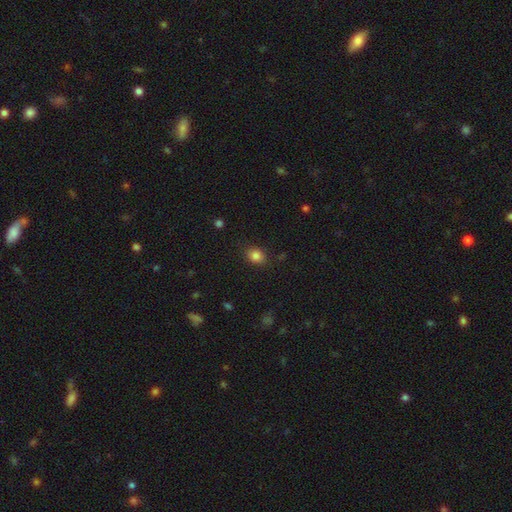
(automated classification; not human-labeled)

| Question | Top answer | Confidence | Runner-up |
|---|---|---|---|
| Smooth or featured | smooth | 84% | star or artifact (11%) |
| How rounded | in between | 52% | round (47%) |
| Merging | none | 84% | minor disturbance (12%) |